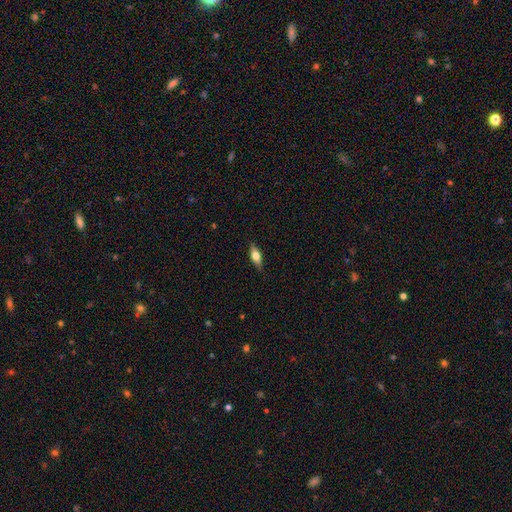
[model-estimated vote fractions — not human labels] Smooth or featured: smooth — 58% (featured or disk — 35%)
How rounded: in between — 70% (cigar-shaped — 26%)
Merging: none — 84% (minor disturbance — 13%)